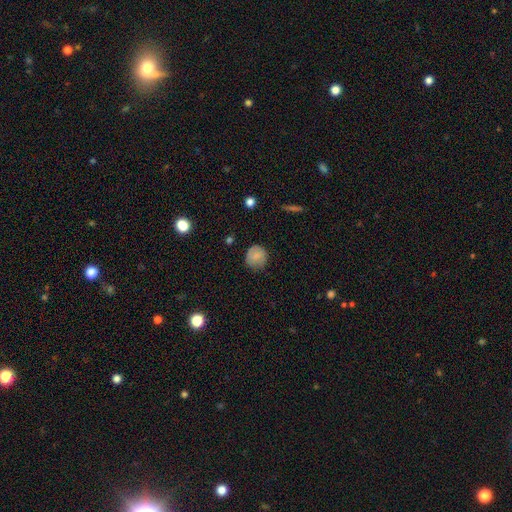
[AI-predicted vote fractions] Smooth or featured?
  - smooth: 78% *
  - featured or disk: 13%
  - star or artifact: 9%
How rounded?
  - round: 86% *
  - in between: 13%
  - cigar-shaped: 1%
Merging?
  - none: 76% *
  - minor disturbance: 18%
  - major disturbance: 5%
  - merger: 1%